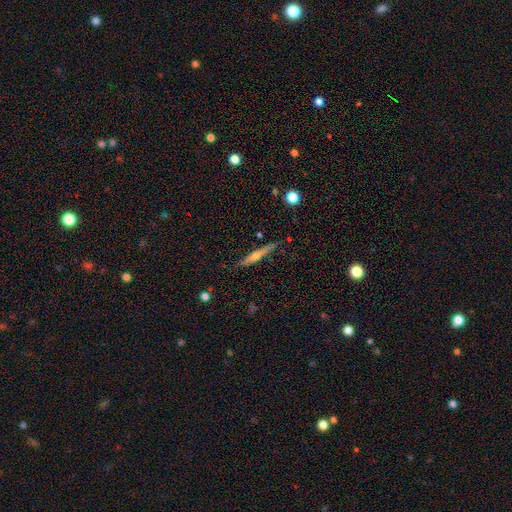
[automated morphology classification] The model was most divided on "smooth or featured": featured or disk: 63%, smooth: 30%, star or artifact: 7%. More confident: edge-on disk — yes (95%); merging — none (83%); edge-on bulge — rounded (81%).